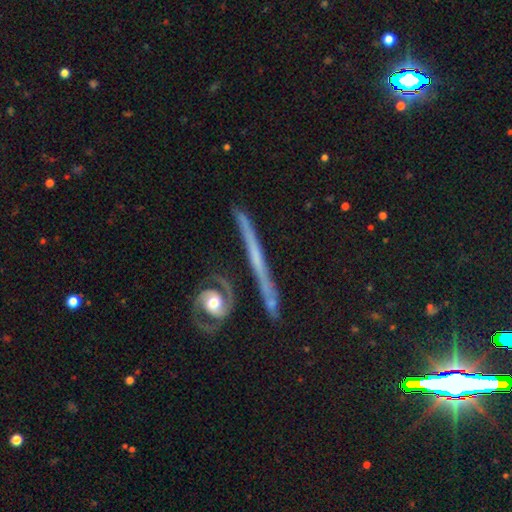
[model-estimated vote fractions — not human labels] This appears to be a featured or disk galaxy (67%) viewed edge-on (86%) with no central bulge (81%). Merging: none (76%).